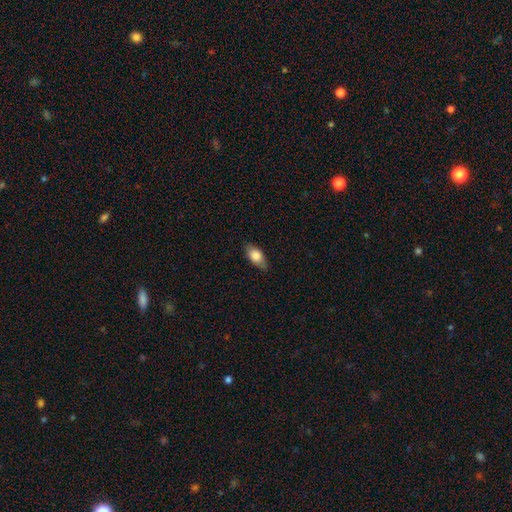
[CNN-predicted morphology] Smooth or featured: smooth — 77% (featured or disk — 16%)
How rounded: in between — 85% (cigar-shaped — 8%)
Merging: none — 80% (minor disturbance — 16%)